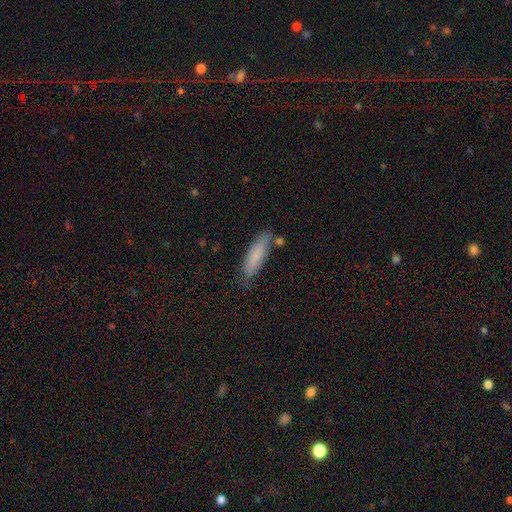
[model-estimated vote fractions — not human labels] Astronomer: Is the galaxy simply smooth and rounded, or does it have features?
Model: smooth — 79%.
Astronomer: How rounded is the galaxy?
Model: cigar-shaped — 64%.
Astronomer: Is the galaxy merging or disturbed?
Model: none — 75%.